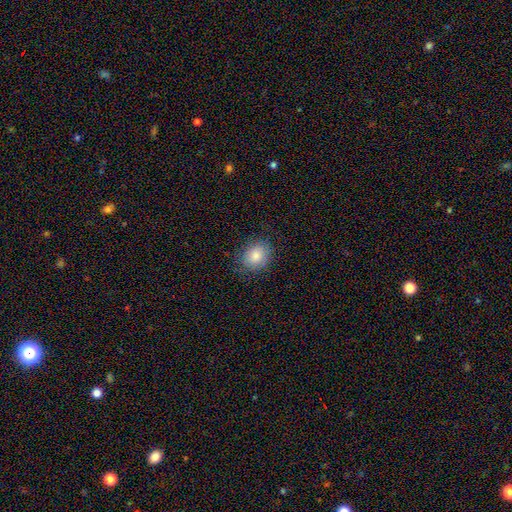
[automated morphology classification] Q: Smooth or featured?
A: smooth (81%); runner-up: featured or disk (10%)
Q: How rounded?
A: round (52%); runner-up: in between (47%)
Q: Merging?
A: none (81%); runner-up: minor disturbance (14%)